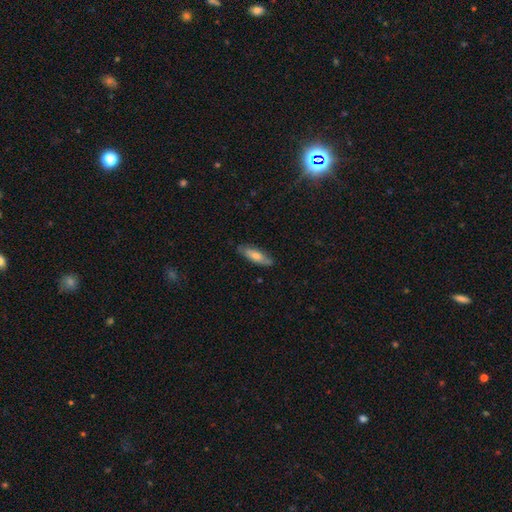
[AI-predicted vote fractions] Smooth or featured? Predicted: smooth (p=0.66). How rounded? Predicted: in between (p=0.50). Merging? Predicted: none (p=0.80).